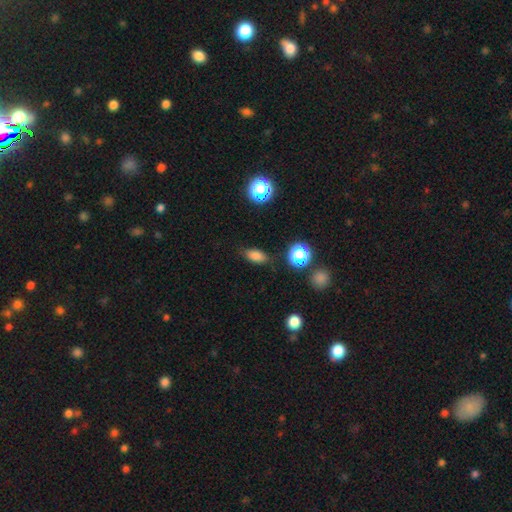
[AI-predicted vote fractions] This appears to be a smooth galaxy with no disk features (79%) that is in between round and cigar-shaped (83%). Merging: none (83%).